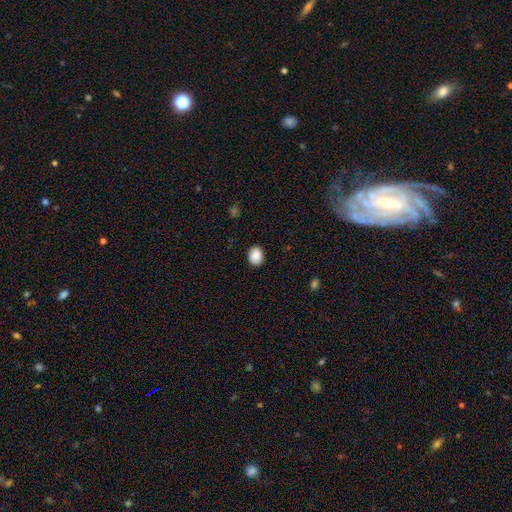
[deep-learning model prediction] smooth-or-featured: smooth: 89% | star or artifact: 8% | featured or disk: 3%
  how-rounded: in between: 57% | round: 43% | cigar-shaped: 1%
  merging: none: 88% | minor disturbance: 9% | major disturbance: 2% | merger: 1%